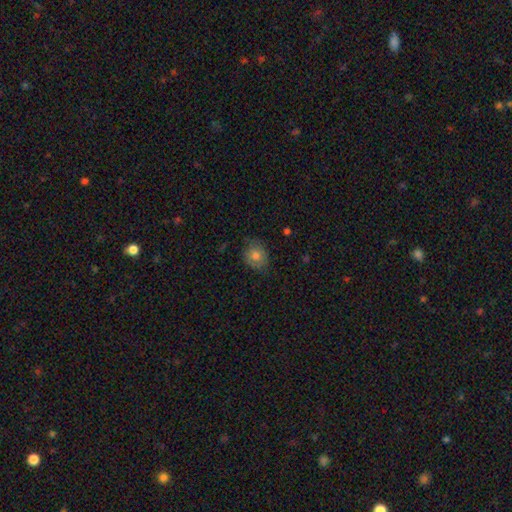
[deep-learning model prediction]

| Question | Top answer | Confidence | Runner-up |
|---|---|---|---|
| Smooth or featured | smooth | 76% | featured or disk (14%) |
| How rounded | round | 67% | in between (32%) |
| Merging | none | 78% | minor disturbance (18%) |